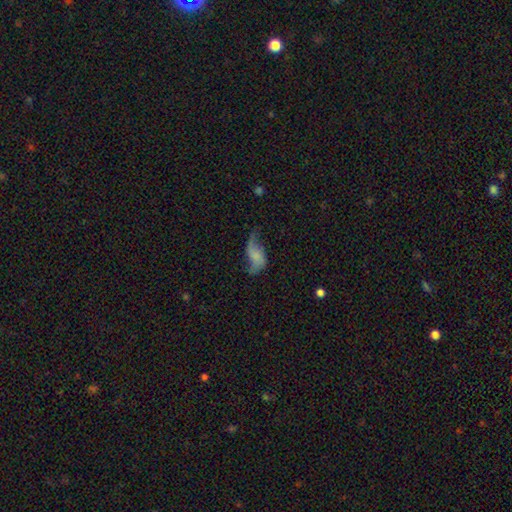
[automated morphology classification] smooth_or_featured: featured or disk (p=0.62) [alt: smooth p=0.29]
disk_edge_on: no (p=0.96) [alt: yes p=0.04]
bar: no (p=0.64) [alt: weak p=0.28]
has_spiral_arms: yes (p=0.83) [alt: no p=0.17]
bulge_size: none (p=0.50) [alt: small p=0.31]
merging: none (p=0.40) [alt: major disturbance p=0.30]